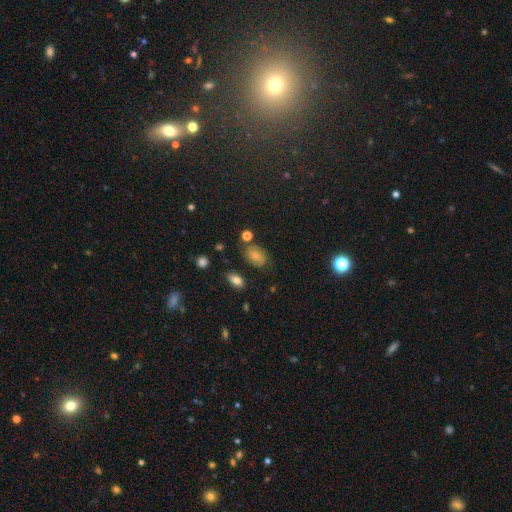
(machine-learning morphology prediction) Smooth or featured?
  - smooth: 74% *
  - featured or disk: 13%
  - star or artifact: 13%
How rounded?
  - in between: 84% *
  - round: 14%
  - cigar-shaped: 2%
Merging?
  - none: 66% *
  - minor disturbance: 22%
  - major disturbance: 7%
  - merger: 5%